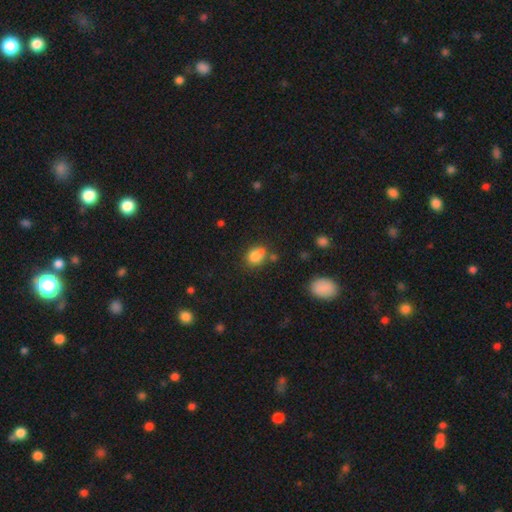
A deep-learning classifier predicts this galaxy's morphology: A smooth galaxy with no disk features (81%) that is in between round and cigar-shaped (60%).

Vote fractions:
- Smooth or featured? smooth: 81% / star or artifact: 11% / featured or disk: 8%
- How rounded? in between: 60% / round: 38% / cigar-shaped: 2%
- Merging? none: 56% / minor disturbance: 22% / merger: 16% / major disturbance: 6%